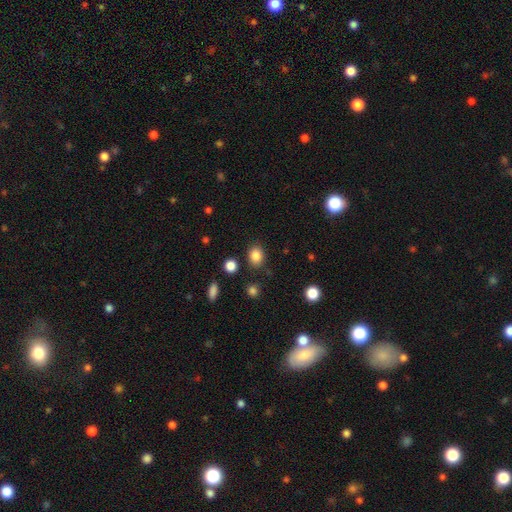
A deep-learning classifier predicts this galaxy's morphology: This appears to be a smooth galaxy with no disk features (85%) that is round (50%). Merging: none (82%).